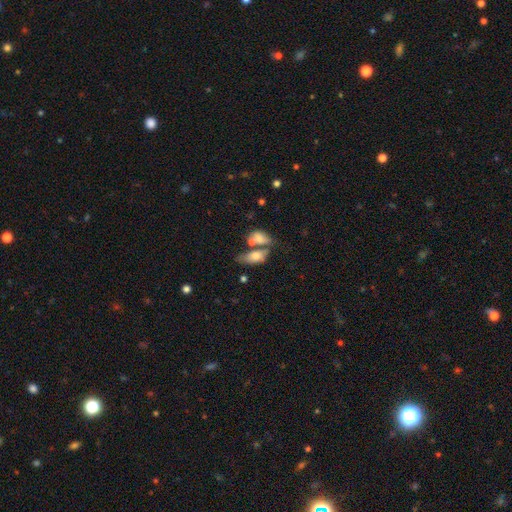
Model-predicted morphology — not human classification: The model was most divided on "merging": merger: 46%, none: 32%, minor disturbance: 14%, major disturbance: 7%. More confident: how rounded — in between (84%); smooth or featured — smooth (71%).